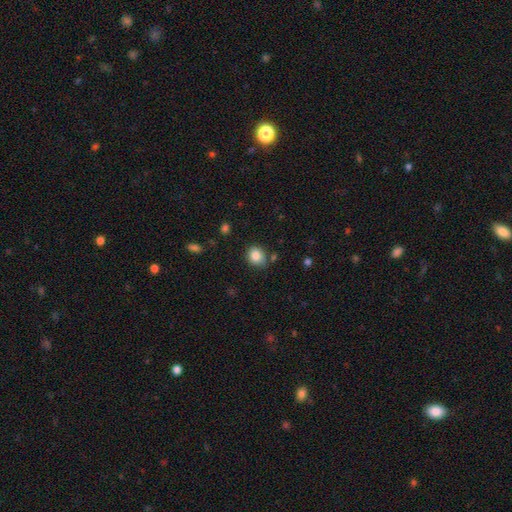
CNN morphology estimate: This is clearly a smooth galaxy (85%). How rounded: likely round (66%). Merging: likely none (75%).